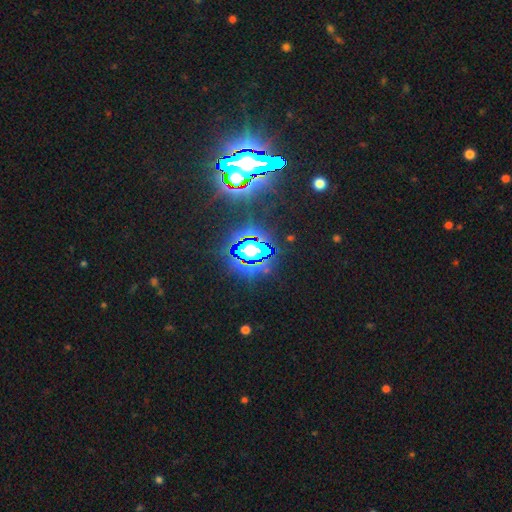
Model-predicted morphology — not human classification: type=star or artifact (84%).